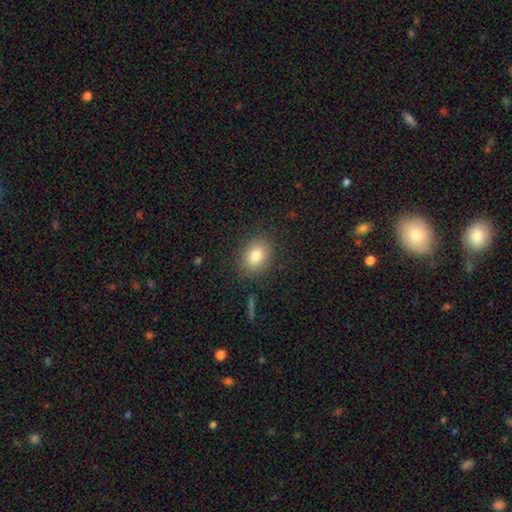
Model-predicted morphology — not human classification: A smooth galaxy with no disk features (81%) that is in between round and cigar-shaped (60%). Merging: none (85%).